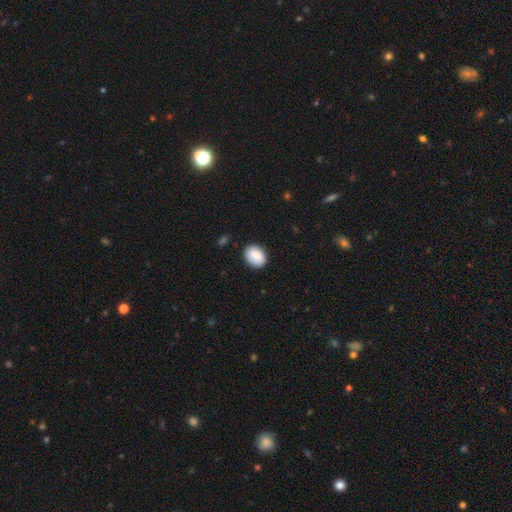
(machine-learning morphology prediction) This appears to be a smooth galaxy with no disk features (87%) that is in between round and cigar-shaped (65%). Merging: none (84%).